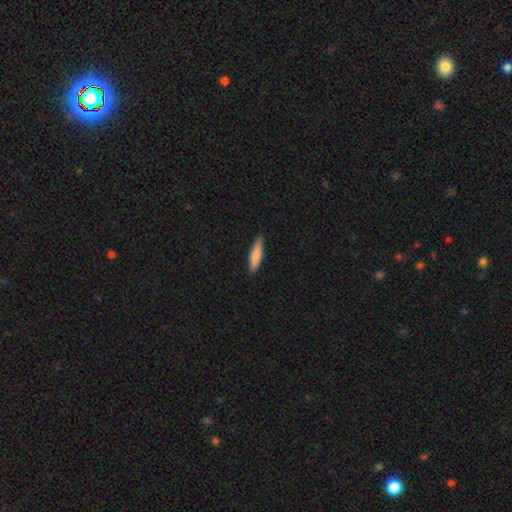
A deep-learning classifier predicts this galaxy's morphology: This is clearly a smooth galaxy (82%). How rounded: likely cigar-shaped (79%). Merging: clearly none (87%).